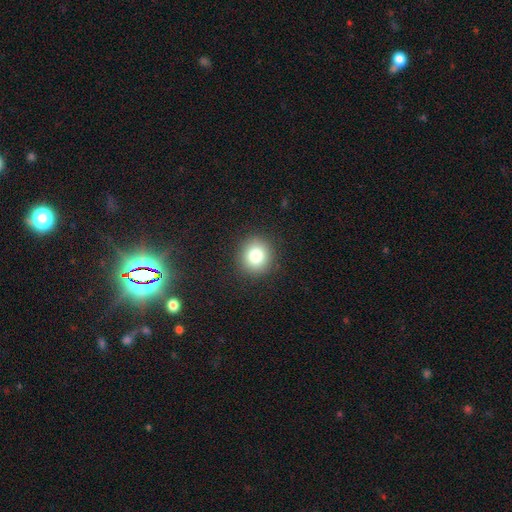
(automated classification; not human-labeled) smooth-or-featured: smooth: 81% | star or artifact: 11% | featured or disk: 8%
  how-rounded: round: 88% | in between: 11% | cigar-shaped: 1%
  merging: none: 90% | minor disturbance: 7% | major disturbance: 2% | merger: 1%